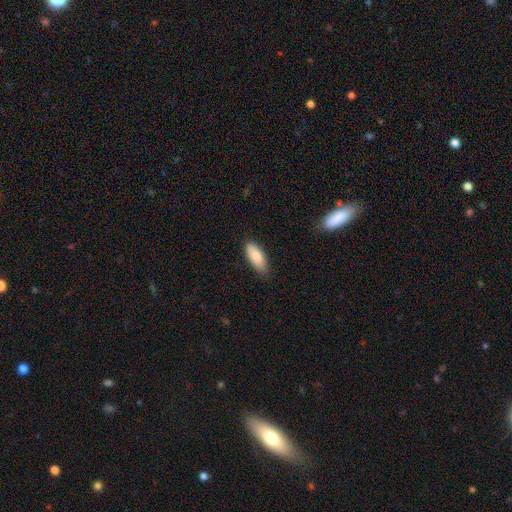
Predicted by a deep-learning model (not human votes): Smooth or featured: smooth — 85% (featured or disk — 9%)
How rounded: in between — 76% (cigar-shaped — 22%)
Merging: none — 82% (minor disturbance — 15%)